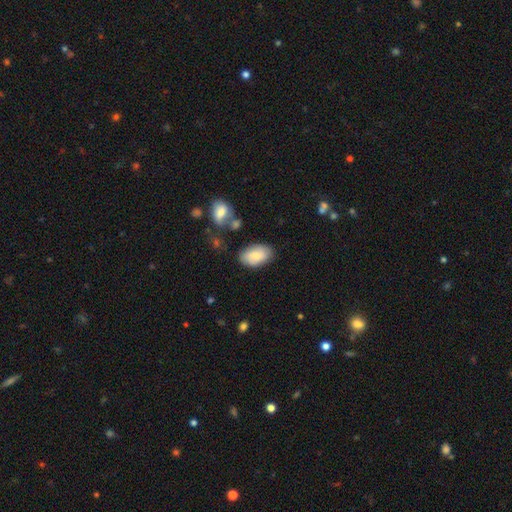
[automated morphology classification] A smooth galaxy with no disk features (72%) that is in between round and cigar-shaped (93%).

Vote fractions:
- Smooth or featured? smooth: 72% / featured or disk: 21% / star or artifact: 7%
- How rounded? in between: 93% / round: 6% / cigar-shaped: 1%
- Merging? none: 74% / minor disturbance: 17% / merger: 5% / major disturbance: 4%